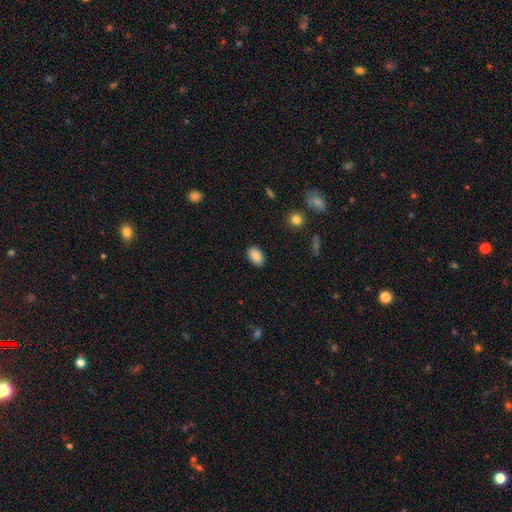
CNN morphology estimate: Overall: smooth (88%). How rounded: in between (89%). Merging: none (87%).